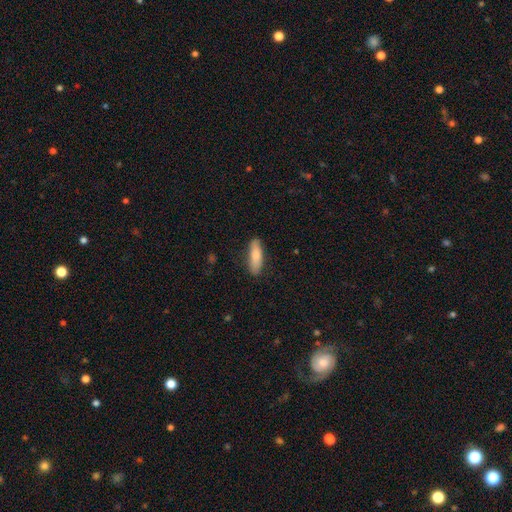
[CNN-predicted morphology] Q: Smooth or featured?
A: smooth (81%); runner-up: featured or disk (13%)
Q: How rounded?
A: cigar-shaped (54%); runner-up: in between (45%)
Q: Merging?
A: none (84%); runner-up: minor disturbance (13%)